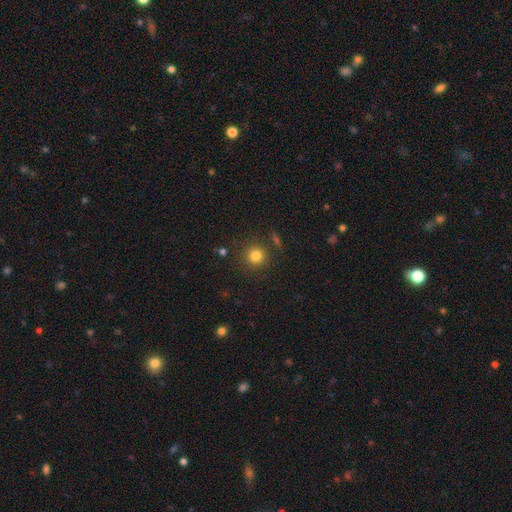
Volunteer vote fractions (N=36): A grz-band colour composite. It shows a smooth galaxy with no disk features (89%) that is round (100%). Merging: none (97%).